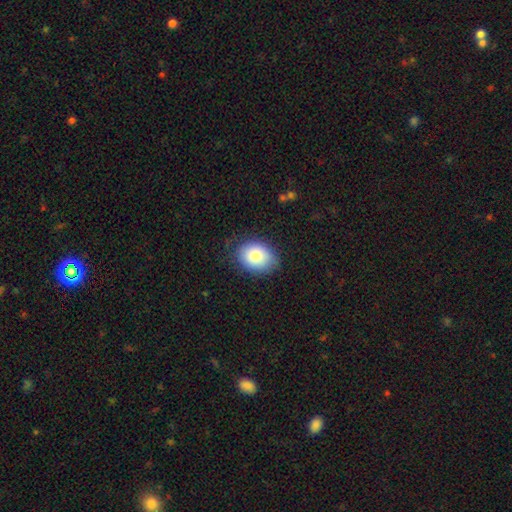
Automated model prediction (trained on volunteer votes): smooth 82%, featured or disk 10%, star or artifact 8%. Down the decision tree: how rounded — in between (64%); merging — none (77%).